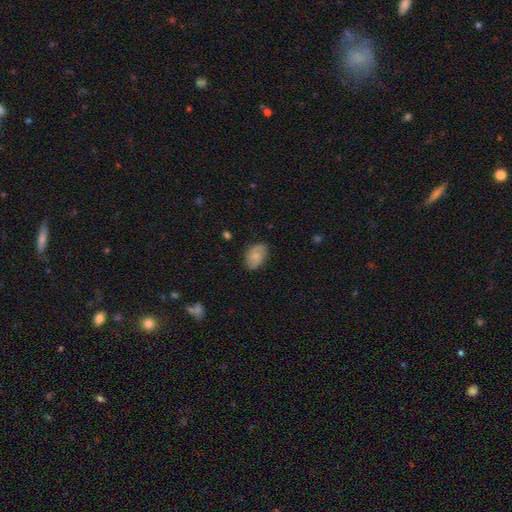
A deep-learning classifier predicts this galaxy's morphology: This is likely a smooth galaxy (77%). How rounded: clearly in between (85%). Merging: likely none (76%).